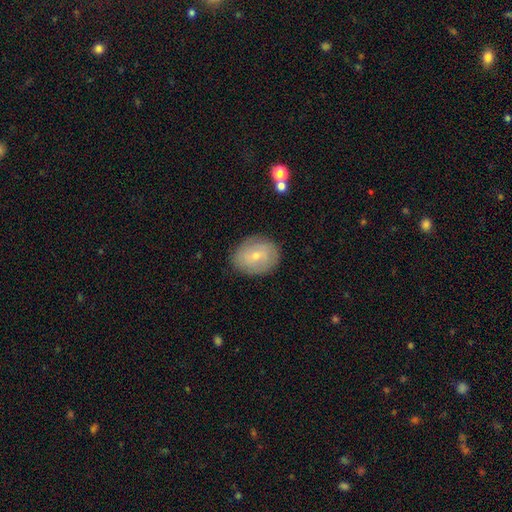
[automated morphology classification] Smooth or featured? smooth (47%)
Merging? none (83%)